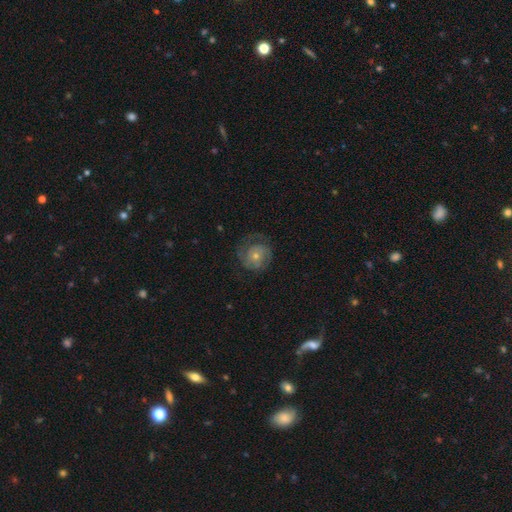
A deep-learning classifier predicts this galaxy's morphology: A featured or disk galaxy (74%) with no bar (77%), 2 (48%) tight (61%) spiral arms (91%) and a small central bulge (54%).

Vote fractions:
- Smooth or featured? featured or disk: 74% / smooth: 18% / star or artifact: 9%
- Edge-on disk? no: 98% / yes: 2%
- Bar? no: 77% / weak: 19% / strong: 4%
- Spiral arms? yes: 91% / no: 9%
- Spiral winding? tight: 61% / medium: 30% / loose: 9%
- Spiral arm count? 2: 48% / can't tell: 26% / 3: 12% / 1: 7% / 4: 4% / more than 4: 4%
- Bulge size? small: 54% / moderate: 41% / large: 2% / none: 2% / dominant: 1%
- Merging? none: 73% / minor disturbance: 15% / major disturbance: 11% / merger: 1%